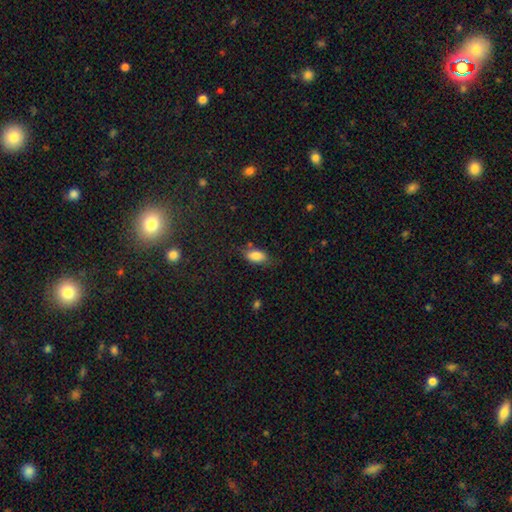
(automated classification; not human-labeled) This is clearly a smooth galaxy (82%). How rounded: clearly in between (89%). Merging: likely none (72%).